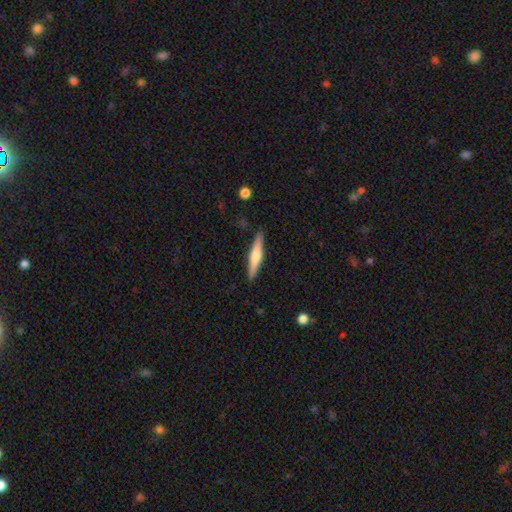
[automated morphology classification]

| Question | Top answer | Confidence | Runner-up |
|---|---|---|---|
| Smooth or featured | featured or disk | 49% | smooth (45%) |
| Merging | none | 89% | minor disturbance (8%) |